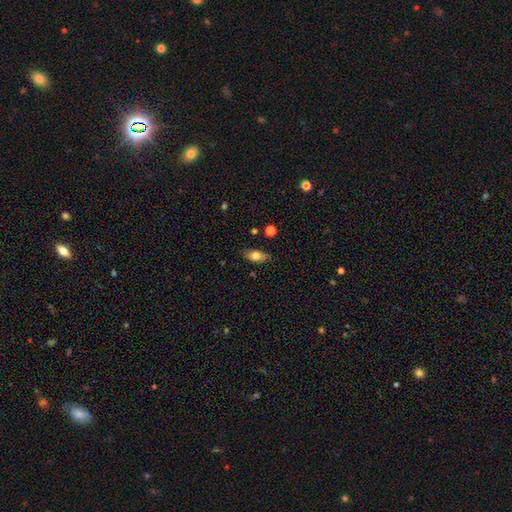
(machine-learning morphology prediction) Q: Smooth or featured?
A: smooth (76%); runner-up: featured or disk (16%)
Q: How rounded?
A: in between (85%); runner-up: cigar-shaped (10%)
Q: Merging?
A: none (83%); runner-up: minor disturbance (13%)